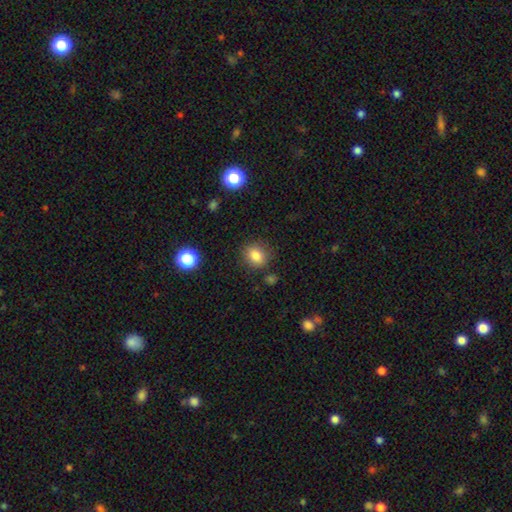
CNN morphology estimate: Smooth or featured?
  - smooth: 83% *
  - star or artifact: 11%
  - featured or disk: 6%
How rounded?
  - round: 61% *
  - in between: 38%
  - cigar-shaped: 1%
Merging?
  - none: 84% *
  - minor disturbance: 10%
  - major disturbance: 3%
  - merger: 3%